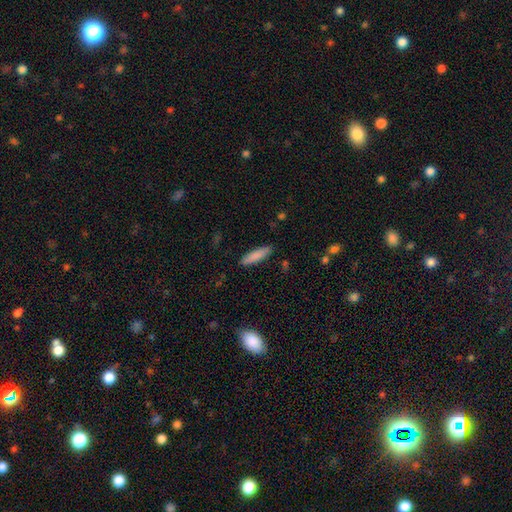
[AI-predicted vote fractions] smooth_or_featured: smooth (p=0.85) [alt: featured or disk p=0.09]
how_rounded: cigar-shaped (p=0.73) [alt: in between p=0.26]
merging: none (p=0.88) [alt: minor disturbance p=0.09]